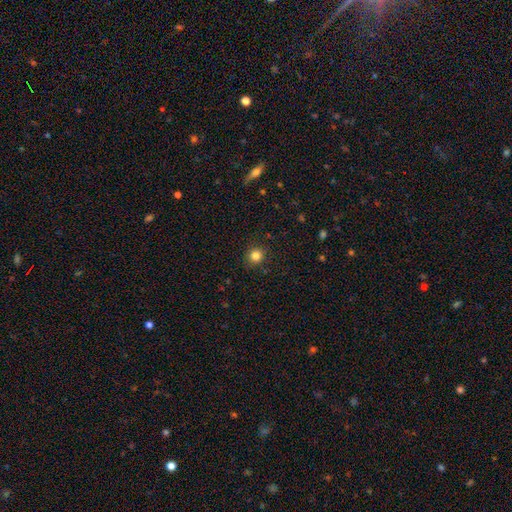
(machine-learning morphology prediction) A smooth galaxy with no disk features (83%) that is round (89%). Merging: none (90%).